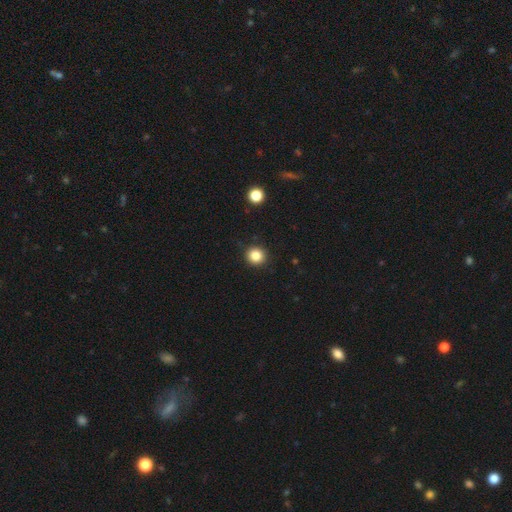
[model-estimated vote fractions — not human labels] smooth-or-featured: smooth: 84% | star or artifact: 11% | featured or disk: 4%
  how-rounded: round: 93% | in between: 6% | cigar-shaped: 1%
  merging: none: 92% | minor disturbance: 5% | major disturbance: 2% | merger: 1%